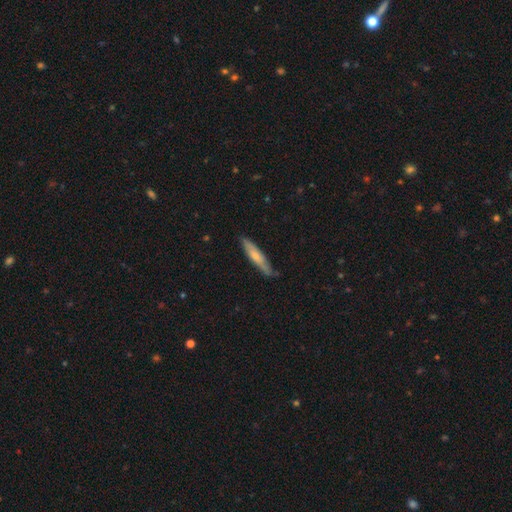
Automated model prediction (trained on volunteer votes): Smooth or featured? smooth (61%)
How rounded? cigar-shaped (88%)
Merging? none (81%)